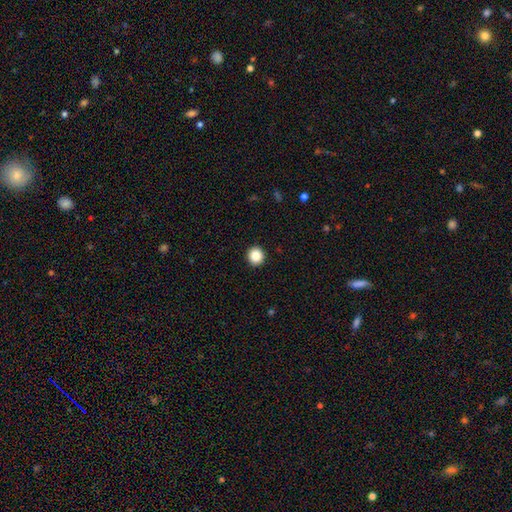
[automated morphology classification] Smooth or featured? Predicted: smooth (p=0.86). How rounded? Predicted: round (p=0.93). Merging? Predicted: none (p=0.94).